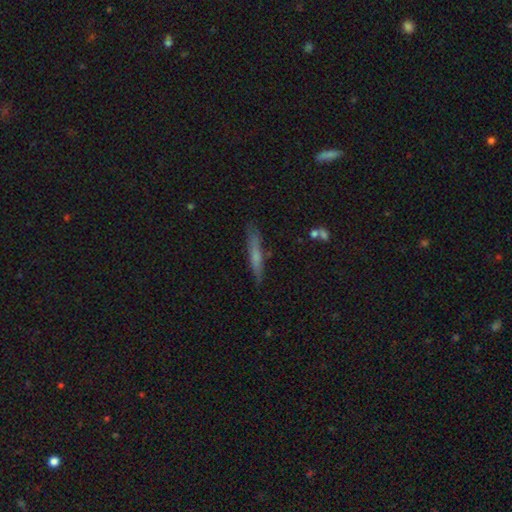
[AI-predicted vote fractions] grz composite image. It shows a smooth galaxy with no disk features (59%) that is cigar-shaped (93%). Merging: none (83%).